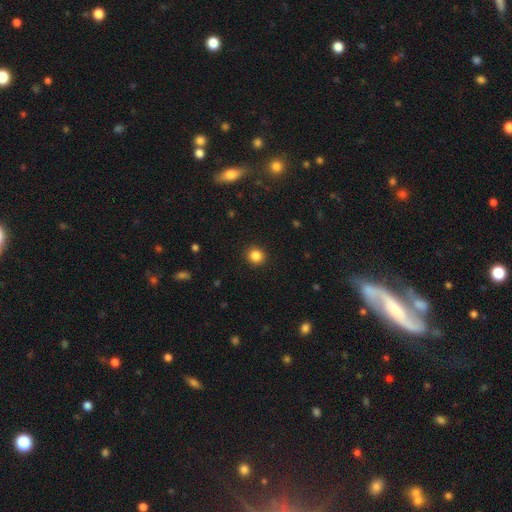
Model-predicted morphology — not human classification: Overall: smooth (86%). How rounded: round (91%). Merging: none (92%).